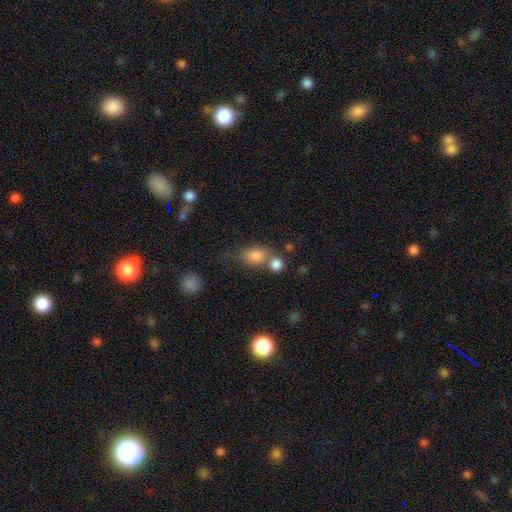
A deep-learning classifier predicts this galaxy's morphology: smooth_or_featured: smooth (p=0.81) [alt: star or artifact p=0.11]
how_rounded: in between (p=0.69) [alt: round p=0.28]
merging: none (p=0.41) [alt: merger p=0.35]